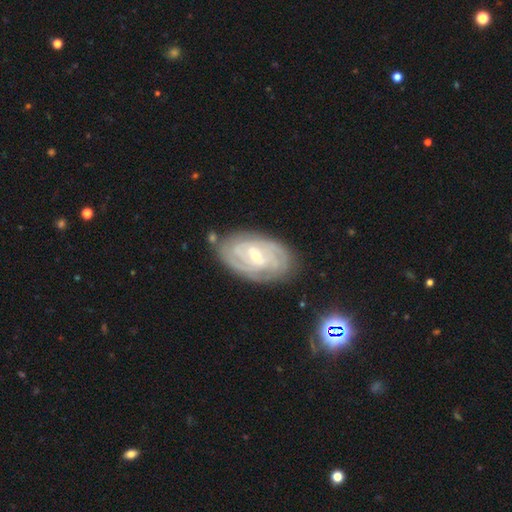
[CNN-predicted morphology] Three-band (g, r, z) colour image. It shows a featured or disk galaxy (87%) with no bar (43%), tight (78%) spiral arms (97%) and a small central bulge (64%). Merging: none (78%).